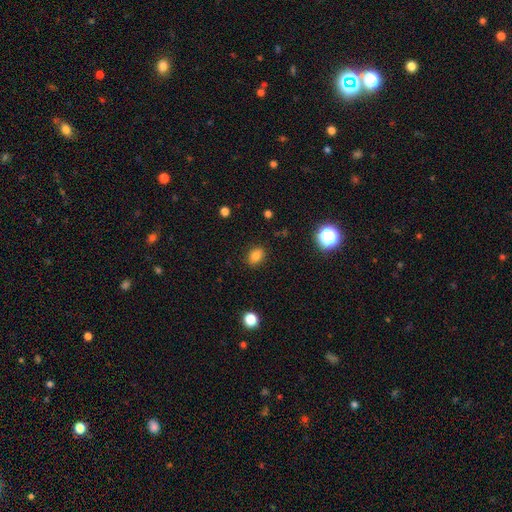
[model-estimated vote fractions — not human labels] This is clearly a smooth galaxy (82%). How rounded: likely in between (67%). Merging: clearly none (87%).